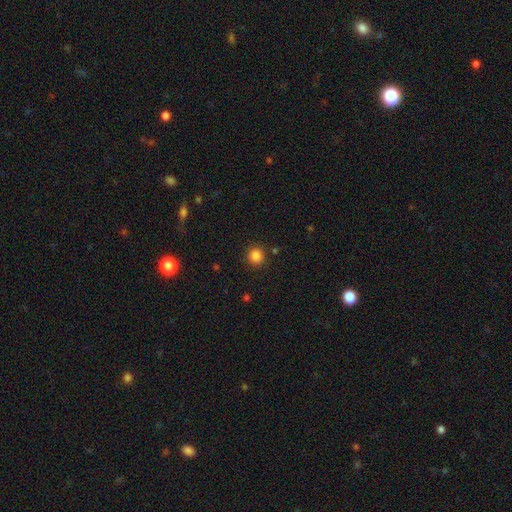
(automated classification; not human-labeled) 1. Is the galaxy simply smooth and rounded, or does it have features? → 85% smooth, 12% star or artifact, 4% featured or disk.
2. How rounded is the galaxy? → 92% round, 7% in between, 1% cigar-shaped.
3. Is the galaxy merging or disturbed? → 89% none, 7% minor disturbance, 2% major disturbance, 2% merger.